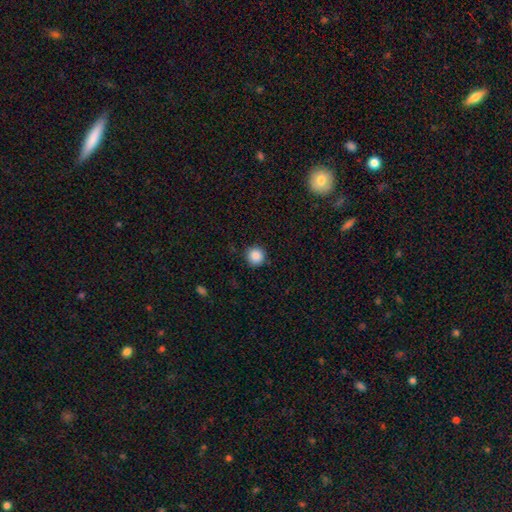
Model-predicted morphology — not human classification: Overall: smooth (87%). How rounded: round (95%). Merging: none (90%).